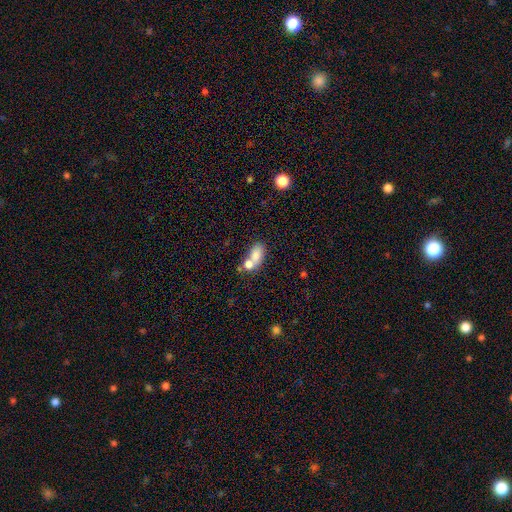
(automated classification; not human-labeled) Smooth or featured? Predicted: smooth (p=0.76). How rounded? Predicted: in between (p=0.83). Merging? Predicted: merger (p=0.51).